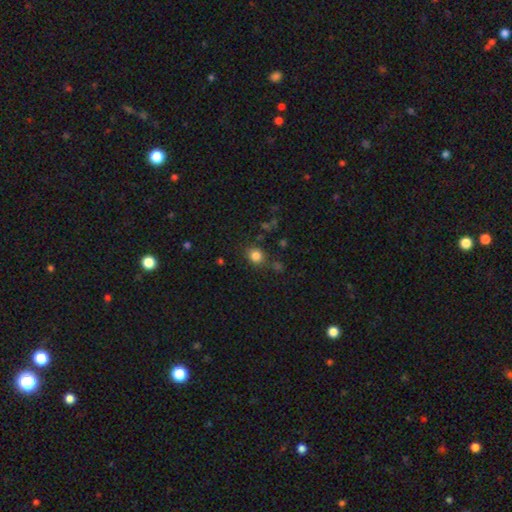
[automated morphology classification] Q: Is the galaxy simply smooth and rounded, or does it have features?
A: smooth — 82%.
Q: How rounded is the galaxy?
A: round — 77%.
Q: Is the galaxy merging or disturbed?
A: none — 79%.